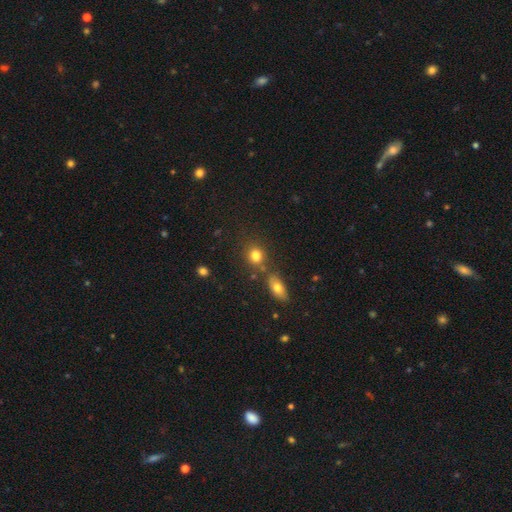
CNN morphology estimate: This appears to be a smooth galaxy with no disk features (80%) that is round (68%). Merging: none (65%).